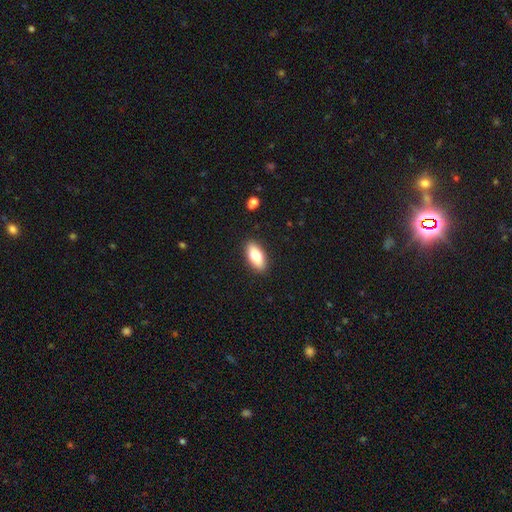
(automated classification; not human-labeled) The model was most divided on "smooth or featured": smooth: 79%, featured or disk: 14%, star or artifact: 7%. More confident: merging — none (89%); how rounded — in between (85%).